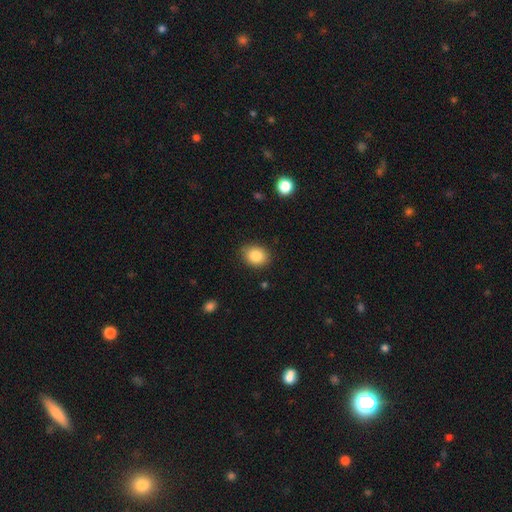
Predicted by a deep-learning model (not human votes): Smooth or featured? smooth (87%)
How rounded? in between (53%)
Merging? none (85%)